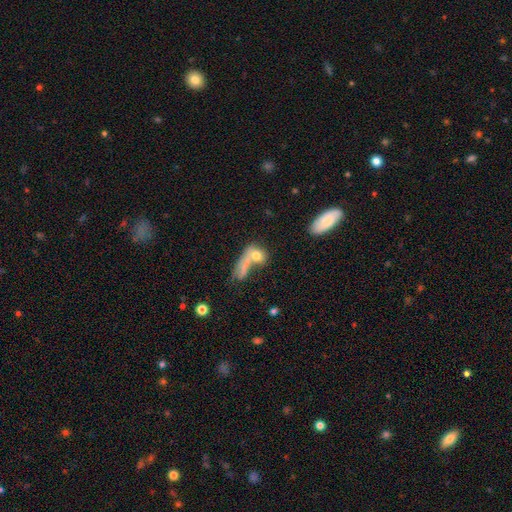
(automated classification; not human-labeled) Smooth or featured? Predicted: smooth (p=0.71). How rounded? Predicted: in between (p=0.45). Merging? Predicted: merger (p=0.40).